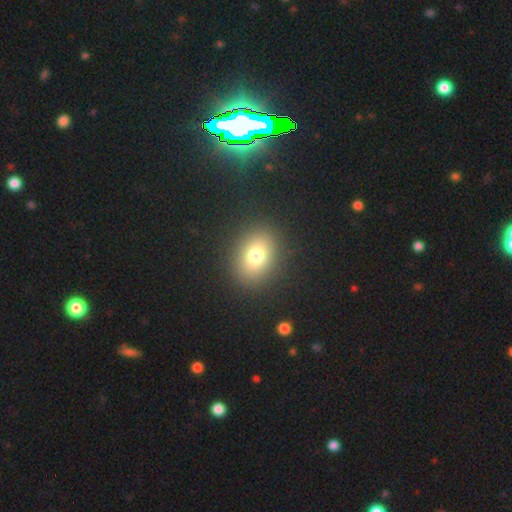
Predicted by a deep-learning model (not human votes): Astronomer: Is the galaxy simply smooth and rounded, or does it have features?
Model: smooth — 74%.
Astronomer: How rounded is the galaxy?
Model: round — 52% (runner-up: in between, 47%).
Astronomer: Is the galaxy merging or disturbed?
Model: none — 89%.